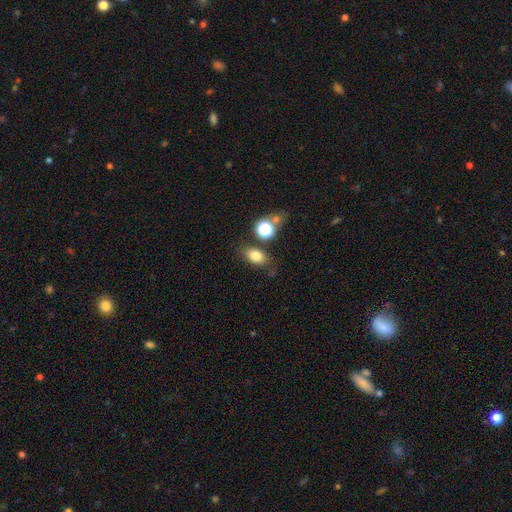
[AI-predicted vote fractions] Smooth or featured? smooth (78%)
How rounded? in between (77%)
Merging? none (71%)